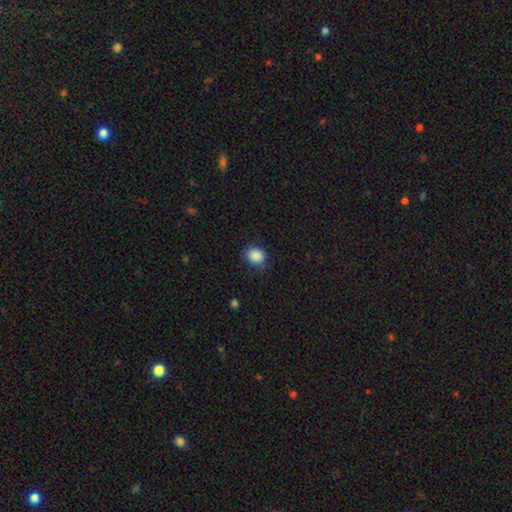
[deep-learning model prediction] A smooth galaxy with no disk features (88%) that is round (52%). Merging: none (81%).